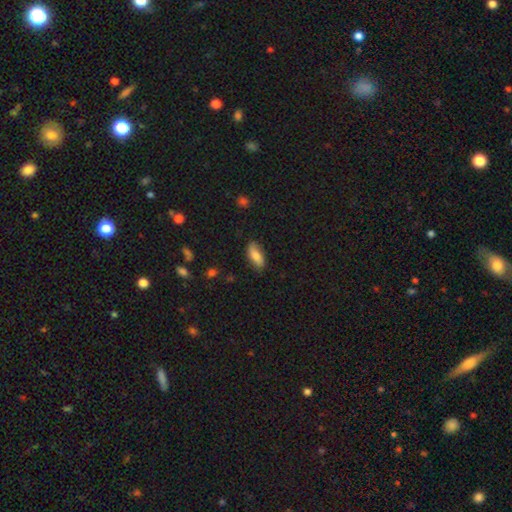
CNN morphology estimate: Smooth or featured?
  - smooth: 81% *
  - featured or disk: 12%
  - star or artifact: 7%
How rounded?
  - in between: 83% *
  - cigar-shaped: 15%
  - round: 2%
Merging?
  - none: 80% *
  - minor disturbance: 16%
  - major disturbance: 3%
  - merger: 1%